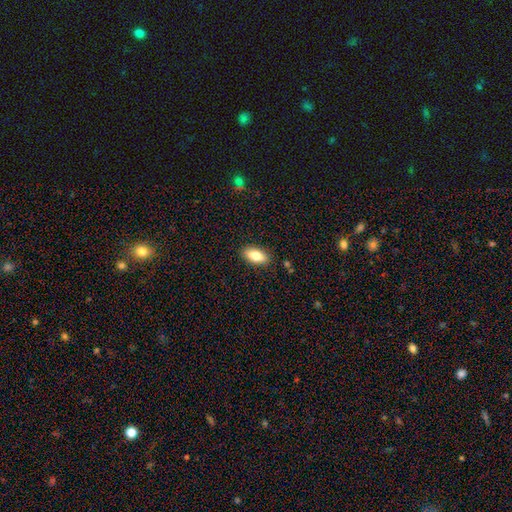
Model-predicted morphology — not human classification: smooth 79%, featured or disk 14%, star or artifact 7%. Down the decision tree: how rounded — in between (89%); merging — none (88%).